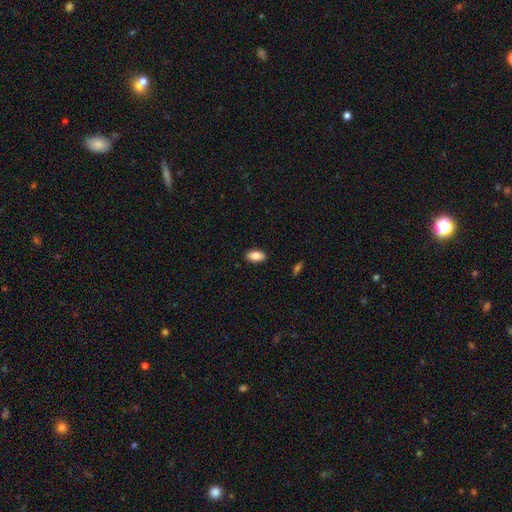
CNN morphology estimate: Overall: smooth (87%). How rounded: in between (92%). Merging: none (89%).